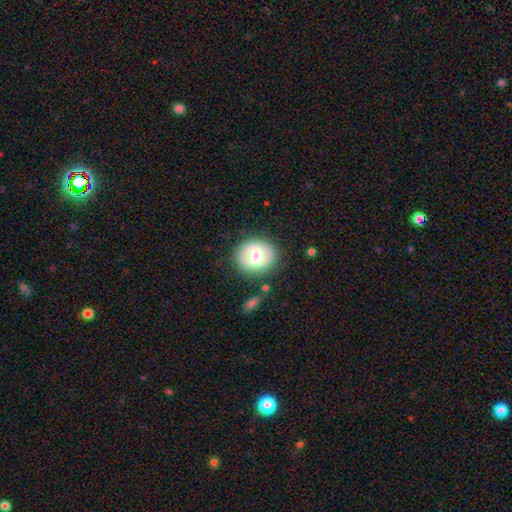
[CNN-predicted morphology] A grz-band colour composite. It shows a smooth galaxy with no disk features (48%). Merging: none (78%).